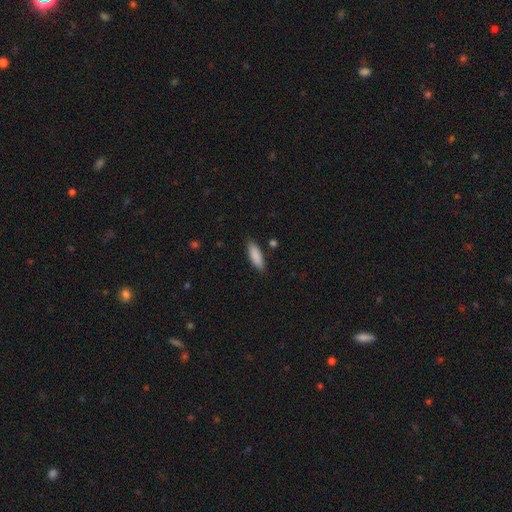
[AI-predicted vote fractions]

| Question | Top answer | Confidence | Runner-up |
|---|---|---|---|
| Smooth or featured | smooth | 87% | featured or disk (7%) |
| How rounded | in between | 52% | cigar-shaped (46%) |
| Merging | none | 86% | minor disturbance (10%) |